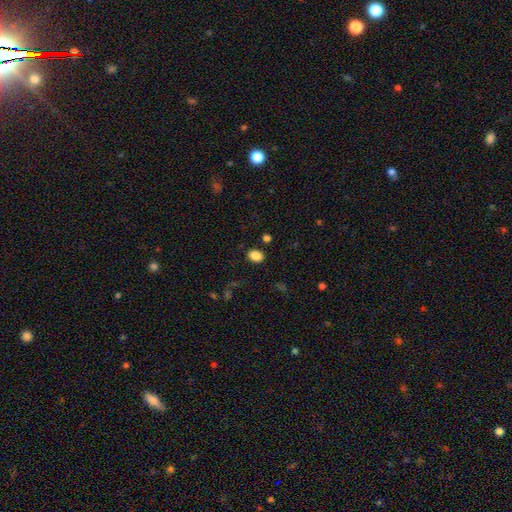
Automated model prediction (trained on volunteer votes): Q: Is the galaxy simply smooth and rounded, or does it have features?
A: smooth — 87%.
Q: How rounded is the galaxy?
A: in between — 69%.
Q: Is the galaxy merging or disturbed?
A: none — 87%.